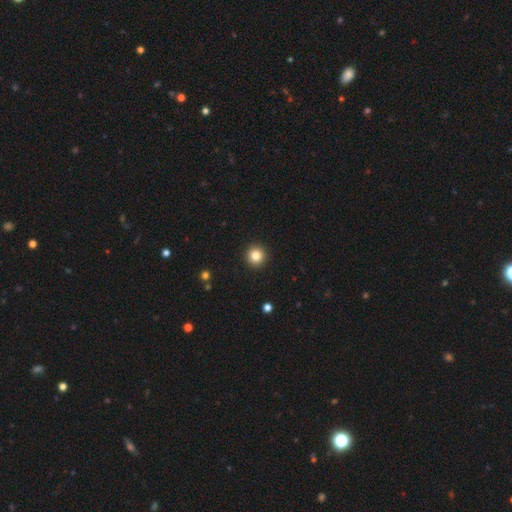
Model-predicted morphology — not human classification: smooth 84%, star or artifact 11%, featured or disk 6%. Down the decision tree: how rounded — round (96%); merging — none (93%).